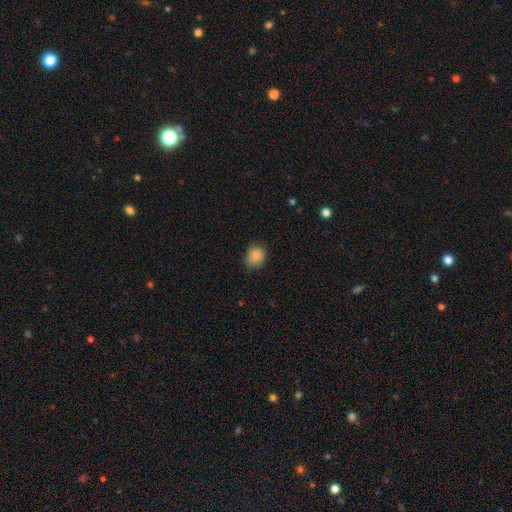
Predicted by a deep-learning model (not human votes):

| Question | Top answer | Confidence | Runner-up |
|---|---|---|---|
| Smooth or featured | smooth | 86% | star or artifact (9%) |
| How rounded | round | 58% | in between (41%) |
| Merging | none | 72% | minor disturbance (23%) |